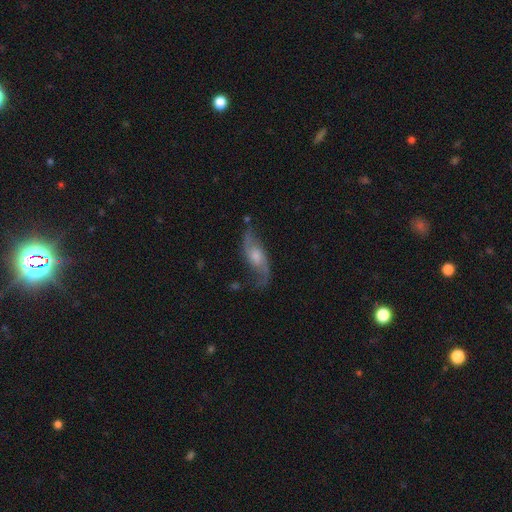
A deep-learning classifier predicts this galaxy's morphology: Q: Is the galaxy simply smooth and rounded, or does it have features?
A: featured or disk — 80%.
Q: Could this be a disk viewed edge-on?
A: no — 88%.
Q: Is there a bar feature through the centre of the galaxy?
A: no — 59%.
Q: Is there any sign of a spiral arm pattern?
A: yes — 94%.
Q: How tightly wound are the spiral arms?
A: loose — 70%.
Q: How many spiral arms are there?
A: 2 — 91%.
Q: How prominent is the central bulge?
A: moderate — 50%.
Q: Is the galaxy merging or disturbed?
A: none — 72%.